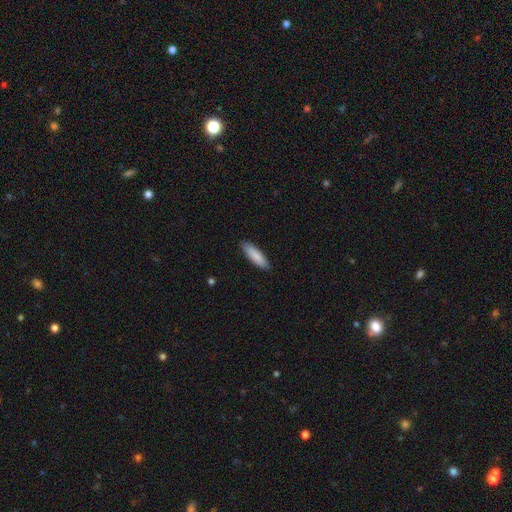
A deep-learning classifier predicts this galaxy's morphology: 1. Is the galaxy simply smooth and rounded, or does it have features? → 88% smooth, 7% featured or disk, 5% star or artifact.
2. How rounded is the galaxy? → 62% cigar-shaped, 37% in between, 1% round.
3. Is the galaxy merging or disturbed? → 89% none, 8% minor disturbance, 2% major disturbance, 1% merger.